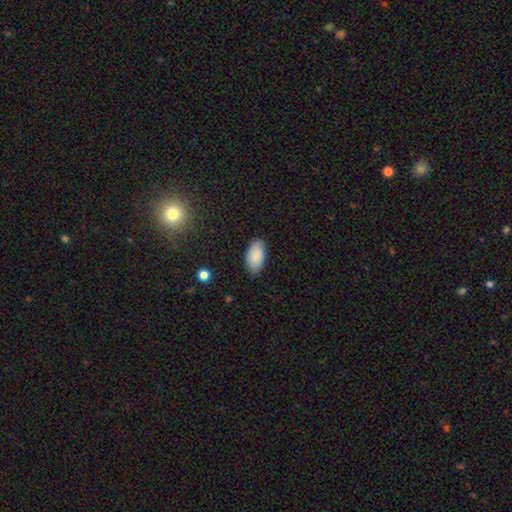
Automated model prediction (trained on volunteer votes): Smooth or featured? Predicted: smooth (p=0.87). How rounded? Predicted: in between (p=0.95). Merging? Predicted: none (p=0.81).